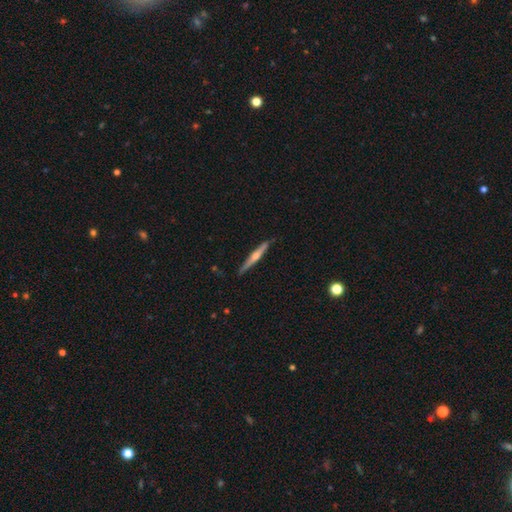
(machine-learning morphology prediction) The model was most divided on "smooth or featured": featured or disk: 70%, smooth: 25%, star or artifact: 6%. More confident: edge-on disk — yes (98%); merging — none (89%); edge-on bulge — rounded (85%).